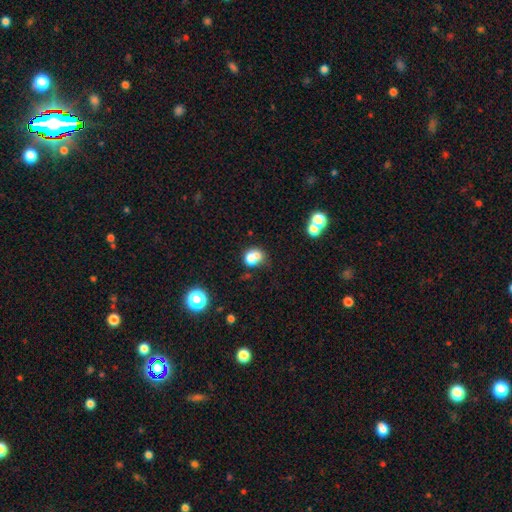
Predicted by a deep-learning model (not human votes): smooth-or-featured: smooth: 72% | featured or disk: 16% | star or artifact: 13%
  how-rounded: round: 61% | in between: 38% | cigar-shaped: 1%
  merging: none: 37% (tied) | merger: 37% (tied) | minor disturbance: 17% | major disturbance: 9%